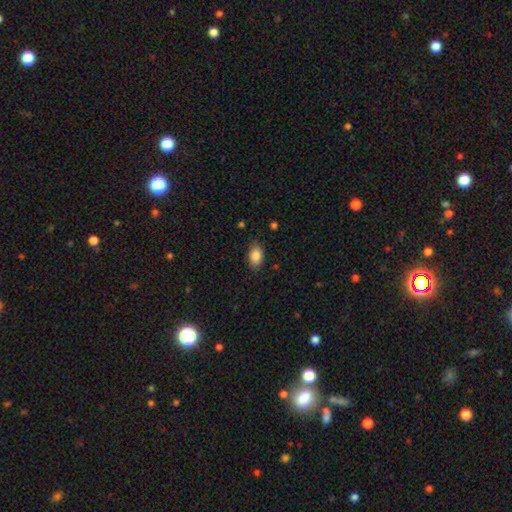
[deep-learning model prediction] smooth_or_featured: smooth (p=0.87) [alt: star or artifact p=0.08]
how_rounded: in between (p=0.90) [alt: round p=0.09]
merging: none (p=0.83) [alt: minor disturbance p=0.13]